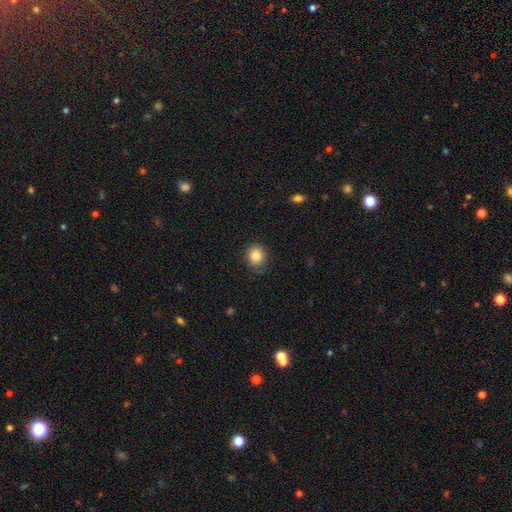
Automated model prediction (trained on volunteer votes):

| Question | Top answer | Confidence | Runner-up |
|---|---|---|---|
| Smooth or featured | smooth | 85% | star or artifact (10%) |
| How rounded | round | 76% | in between (23%) |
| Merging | none | 82% | minor disturbance (14%) |